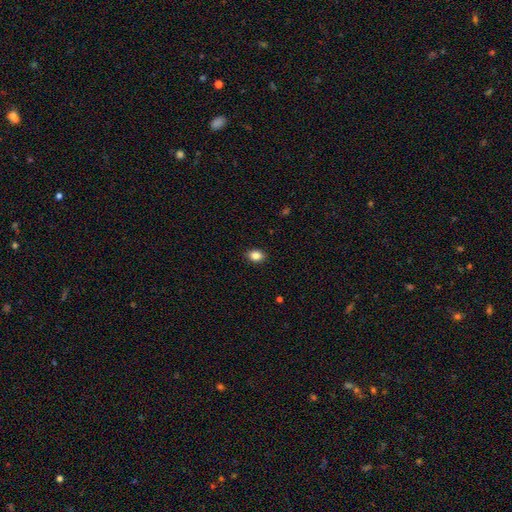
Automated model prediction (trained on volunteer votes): smooth 85%, star or artifact 9%, featured or disk 6%. Down the decision tree: how rounded — in between (70%); merging — none (89%).